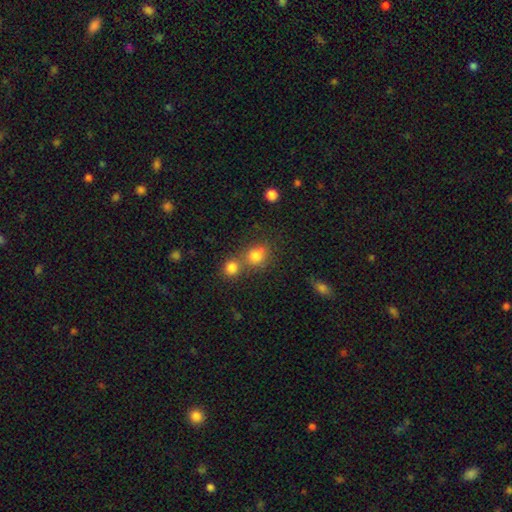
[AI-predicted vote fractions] smooth-or-featured: smooth: 79% | star or artifact: 13% | featured or disk: 8%
  how-rounded: round: 70% | in between: 29% | cigar-shaped: 1%
  merging: none: 45% | merger: 41% | minor disturbance: 9% | major disturbance: 4%